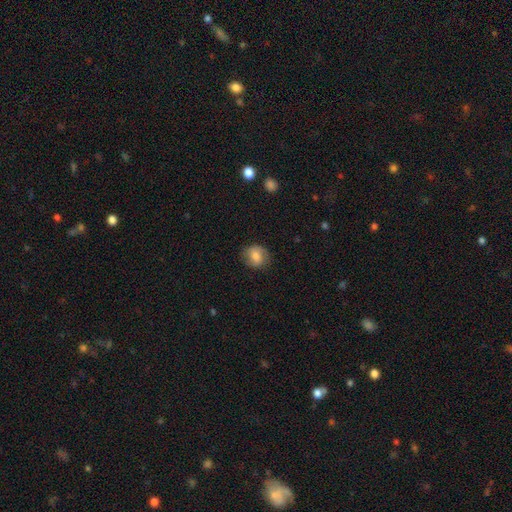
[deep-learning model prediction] Smooth or featured? smooth (73%)
How rounded? round (75%)
Merging? none (79%)